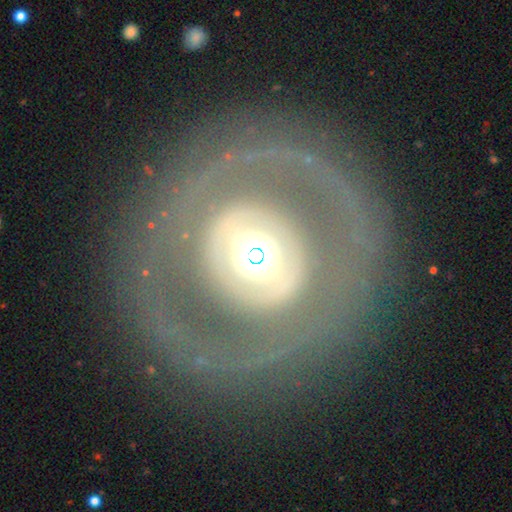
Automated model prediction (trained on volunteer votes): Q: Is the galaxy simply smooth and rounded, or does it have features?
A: featured or disk — 71%.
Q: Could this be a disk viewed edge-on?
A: no — 94%.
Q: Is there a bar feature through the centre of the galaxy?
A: no — 59%.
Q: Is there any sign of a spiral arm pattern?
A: no — 53%.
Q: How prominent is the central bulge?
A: moderate — 52%.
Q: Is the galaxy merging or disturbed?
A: none — 69%.